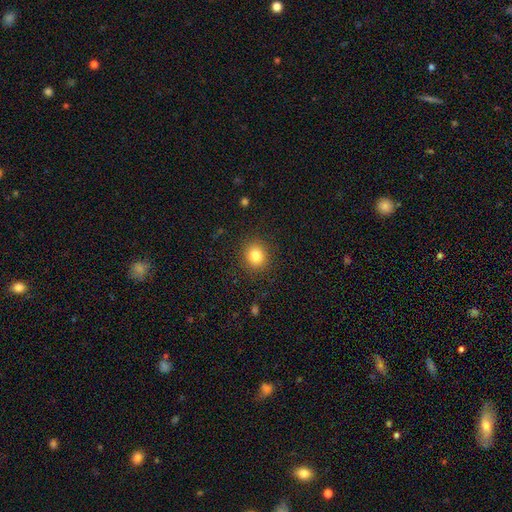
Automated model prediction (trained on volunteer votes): Smooth or featured? smooth (83%)
How rounded? round (86%)
Merging? none (89%)